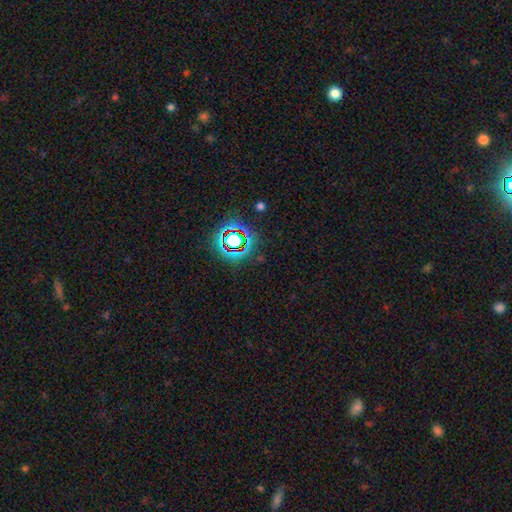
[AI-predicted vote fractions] Morphology: type=star or artifact (78%).